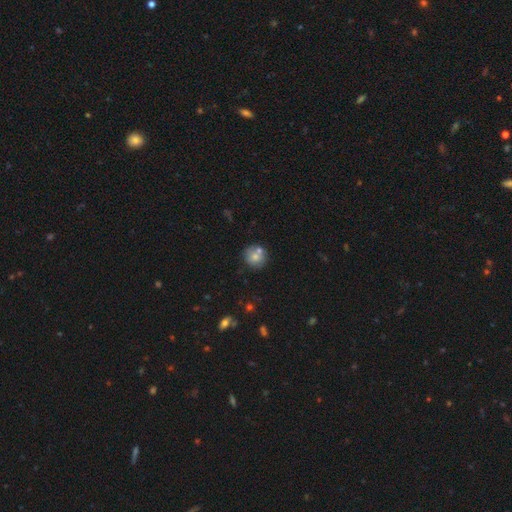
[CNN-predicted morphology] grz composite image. It shows a smooth galaxy with no disk features (70%) that is round (87%). Merging: none (64%).